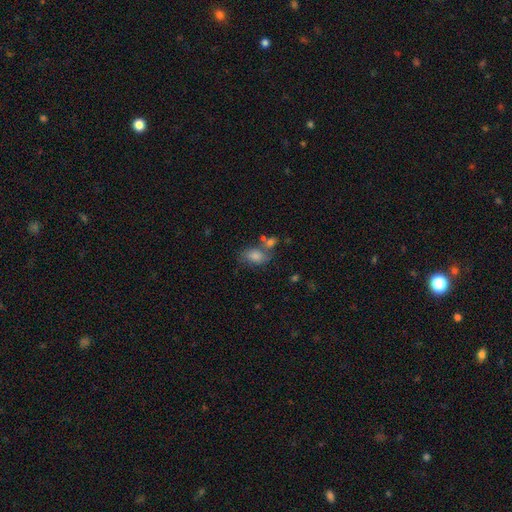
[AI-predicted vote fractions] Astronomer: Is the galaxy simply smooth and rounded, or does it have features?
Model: smooth — 79%.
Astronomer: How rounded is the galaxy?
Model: in between — 81%.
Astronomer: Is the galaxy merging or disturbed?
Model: none — 48% (runner-up: merger, 23%).